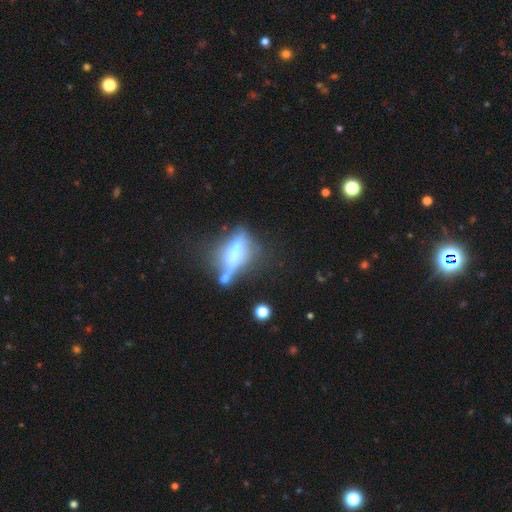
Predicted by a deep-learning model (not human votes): Smooth or featured? featured or disk (50%)
Edge-on disk? no (53%)
Merging? none (38%)